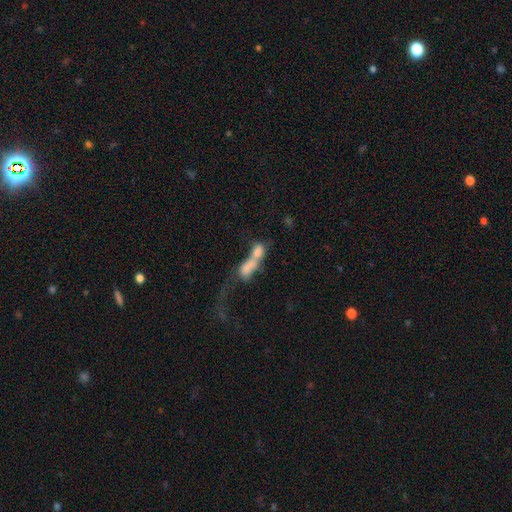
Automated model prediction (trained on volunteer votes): Morphology: type=smooth (54%); roundness=in between (57%); merging=merger (71%).